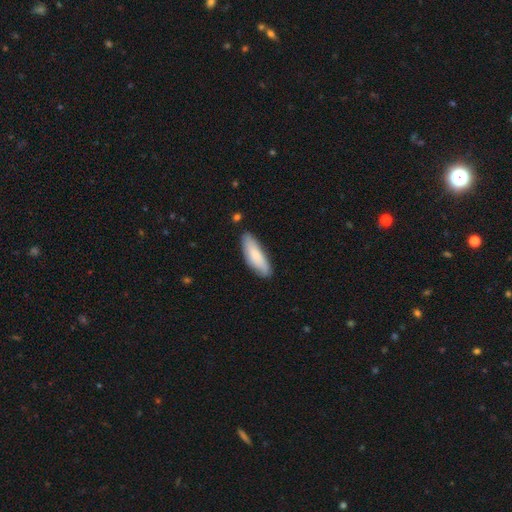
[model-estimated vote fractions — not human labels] A smooth galaxy with no disk features (82%) that is cigar-shaped (51%). Merging: none (81%).